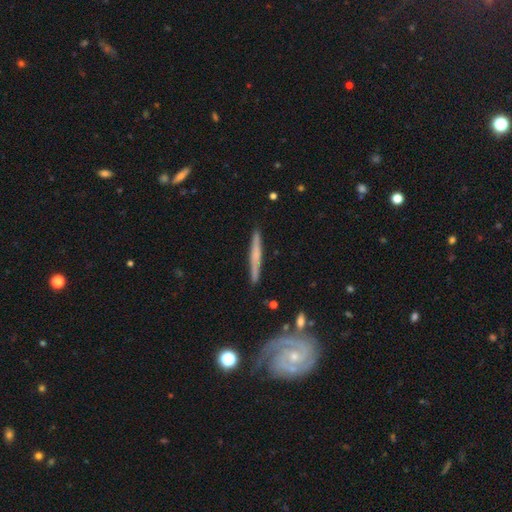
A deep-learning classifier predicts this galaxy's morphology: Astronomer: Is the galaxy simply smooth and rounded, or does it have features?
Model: featured or disk — 54% (runner-up: smooth, 39%).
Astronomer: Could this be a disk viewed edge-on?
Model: yes — 92%.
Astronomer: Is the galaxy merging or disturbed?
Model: none — 88%.